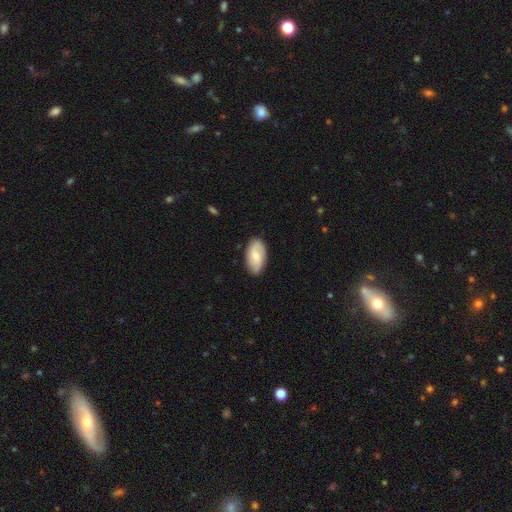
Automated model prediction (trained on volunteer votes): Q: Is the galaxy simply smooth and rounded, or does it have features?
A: smooth — 51%.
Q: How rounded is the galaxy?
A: in between — 93%.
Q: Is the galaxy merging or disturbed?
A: none — 84%.